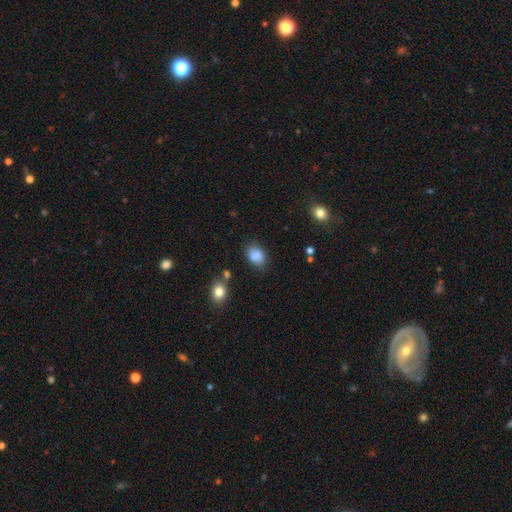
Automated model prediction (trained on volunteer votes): smooth-or-featured: smooth: 86% | star or artifact: 9% | featured or disk: 5%
  how-rounded: in between: 72% | round: 26% | cigar-shaped: 1%
  merging: none: 74% | minor disturbance: 17% | major disturbance: 4% | merger: 4%